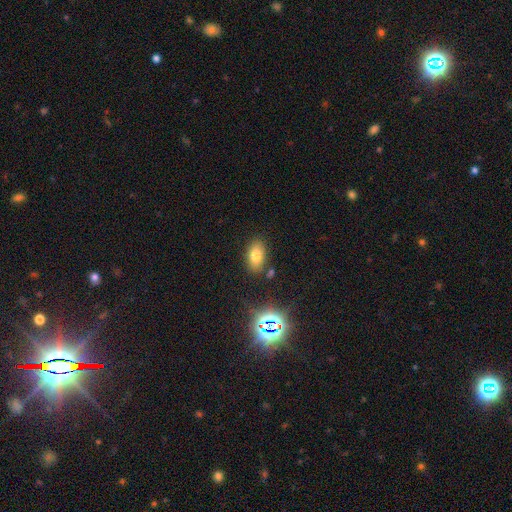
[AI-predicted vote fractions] Overall: smooth (74%). How rounded: in between (89%). Merging: none (81%).